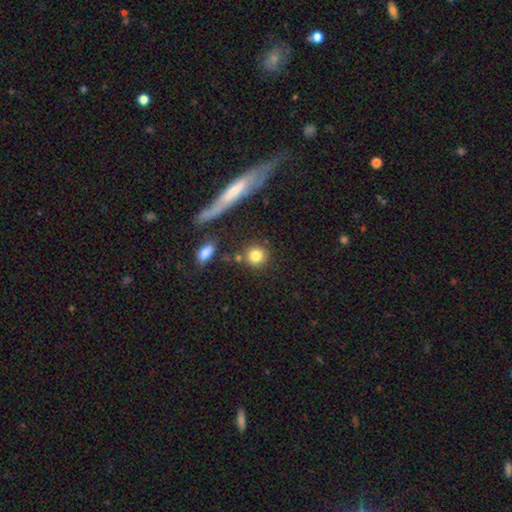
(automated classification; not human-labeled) A smooth galaxy with no disk features (82%) that is round (88%). Merging: none (79%).